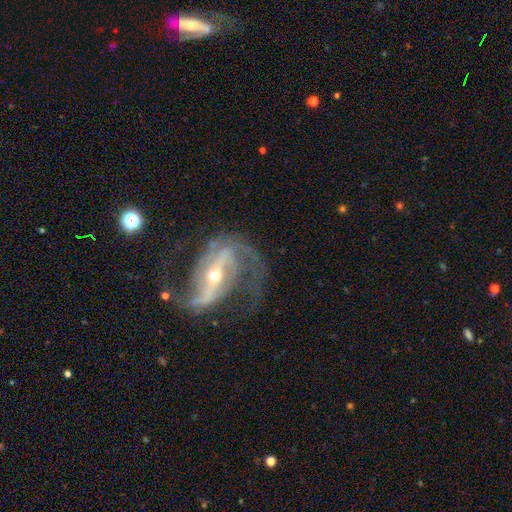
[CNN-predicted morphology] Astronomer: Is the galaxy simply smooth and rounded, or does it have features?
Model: featured or disk — 88%.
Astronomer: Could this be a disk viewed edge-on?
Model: no — 95%.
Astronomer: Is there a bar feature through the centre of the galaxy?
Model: strong — 50% (runner-up: weak, 28%).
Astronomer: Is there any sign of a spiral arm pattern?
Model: yes — 95%.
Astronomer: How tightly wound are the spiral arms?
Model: medium — 46% (runner-up: loose, 33%).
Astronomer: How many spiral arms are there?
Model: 2 — 79%.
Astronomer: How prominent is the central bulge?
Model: small — 57% (runner-up: moderate, 39%).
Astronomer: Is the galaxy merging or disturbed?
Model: none — 53%.